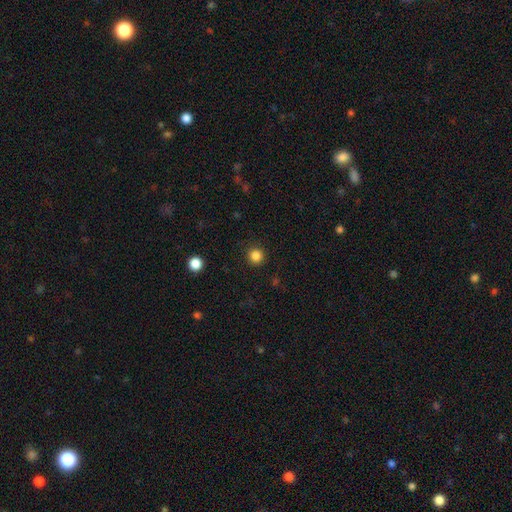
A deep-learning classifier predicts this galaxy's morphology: Q: Smooth or featured?
A: smooth (84%); runner-up: star or artifact (12%)
Q: How rounded?
A: round (95%); runner-up: in between (4%)
Q: Merging?
A: none (91%); runner-up: minor disturbance (5%)